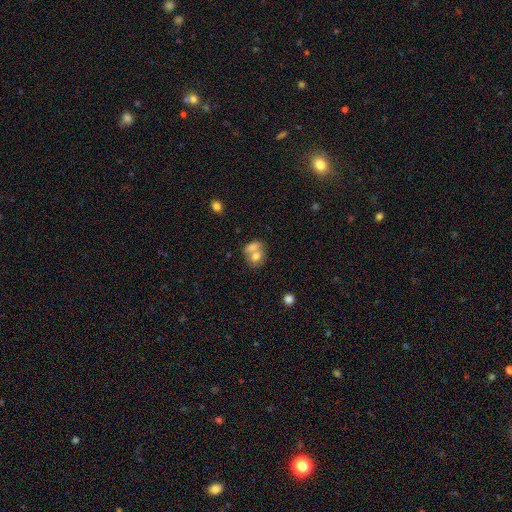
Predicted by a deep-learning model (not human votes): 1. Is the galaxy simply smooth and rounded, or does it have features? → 67% smooth, 21% featured or disk, 12% star or artifact.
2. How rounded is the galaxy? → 56% round, 42% in between, 2% cigar-shaped.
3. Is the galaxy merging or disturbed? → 57% merger, 30% none, 8% minor disturbance, 5% major disturbance.